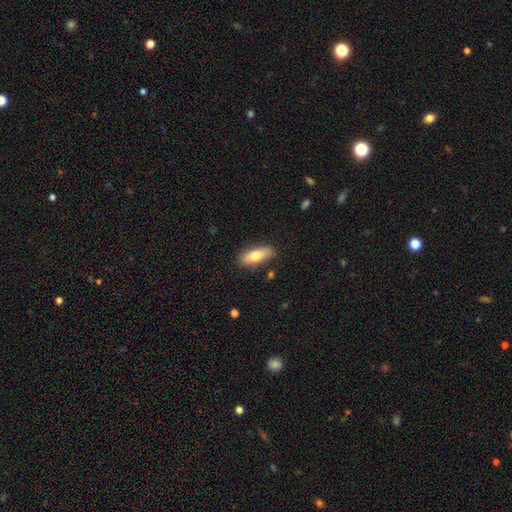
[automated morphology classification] type=smooth (74%); roundness=in between (73%); merging=none (85%).